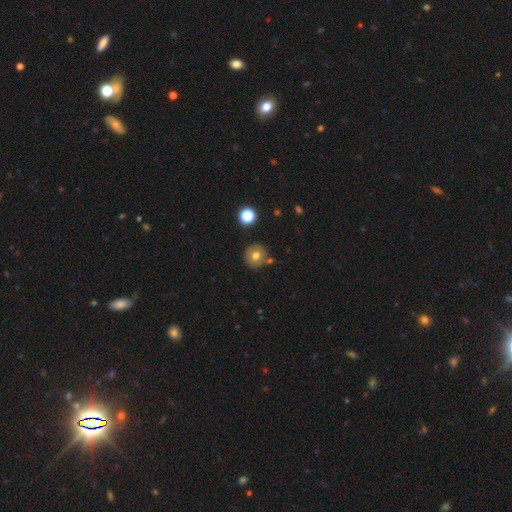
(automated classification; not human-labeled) This appears to be a smooth galaxy with no disk features (73%) that is round (93%). Merging: none (78%).